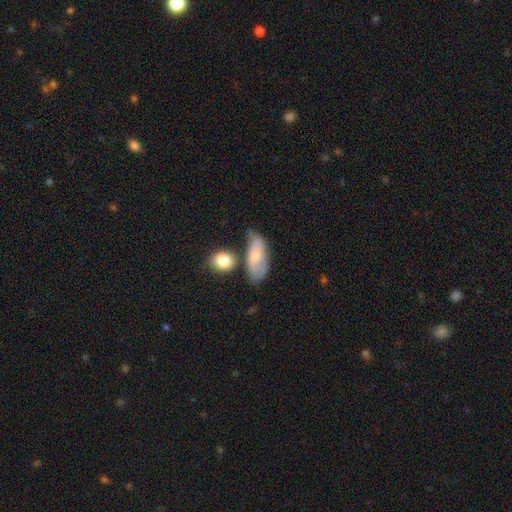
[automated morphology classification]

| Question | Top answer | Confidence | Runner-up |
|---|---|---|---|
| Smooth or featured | smooth | 67% | featured or disk (26%) |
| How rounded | in between | 81% | cigar-shaped (13%) |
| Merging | none | 41% | minor disturbance (30%) |